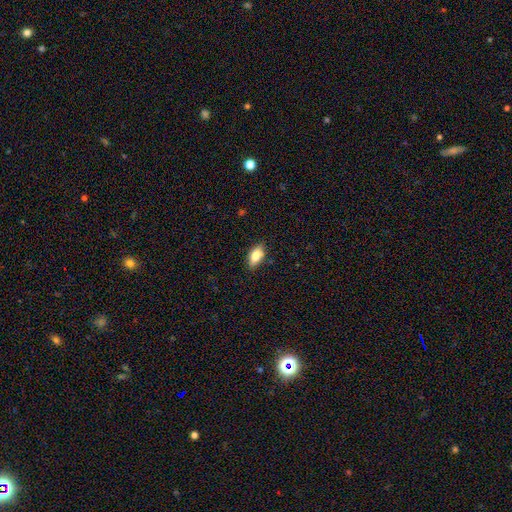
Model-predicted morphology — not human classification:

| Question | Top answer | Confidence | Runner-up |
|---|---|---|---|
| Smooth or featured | smooth | 79% | featured or disk (13%) |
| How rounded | in between | 89% | cigar-shaped (7%) |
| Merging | none | 81% | minor disturbance (15%) |